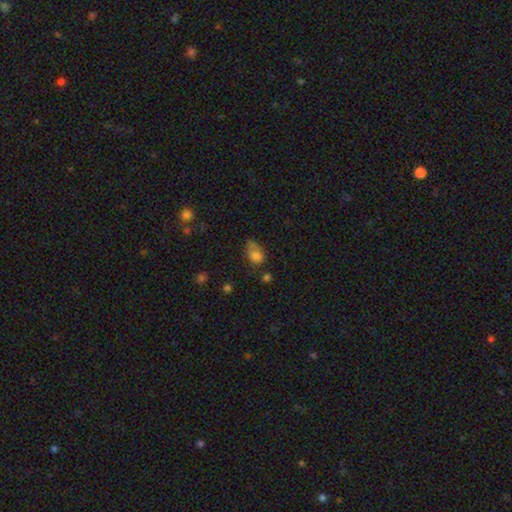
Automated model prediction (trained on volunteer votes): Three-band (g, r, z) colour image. It shows a smooth galaxy with no disk features (77%) that is in between round and cigar-shaped (72%). Merging: minor disturbance (35%, tied with none).